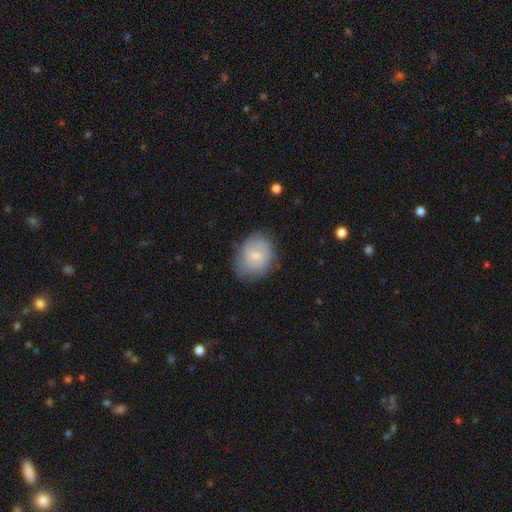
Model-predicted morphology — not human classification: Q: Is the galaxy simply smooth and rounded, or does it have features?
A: smooth — 66%.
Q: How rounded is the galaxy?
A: in between — 55%.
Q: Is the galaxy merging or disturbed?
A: none — 67%.